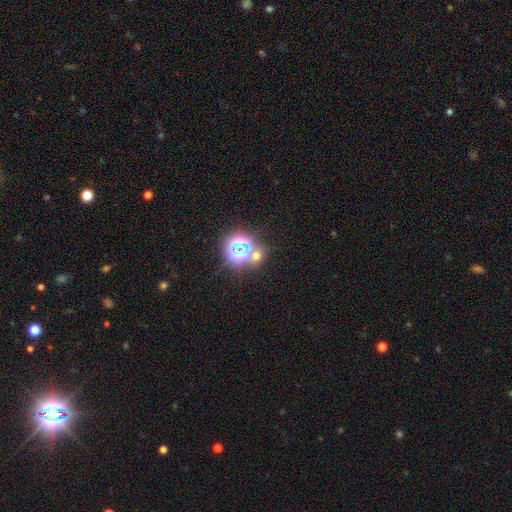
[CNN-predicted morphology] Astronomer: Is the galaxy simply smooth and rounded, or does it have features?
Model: smooth — 46% (runner-up: star or artifact, 44%).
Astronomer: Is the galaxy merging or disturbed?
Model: none — 63%.